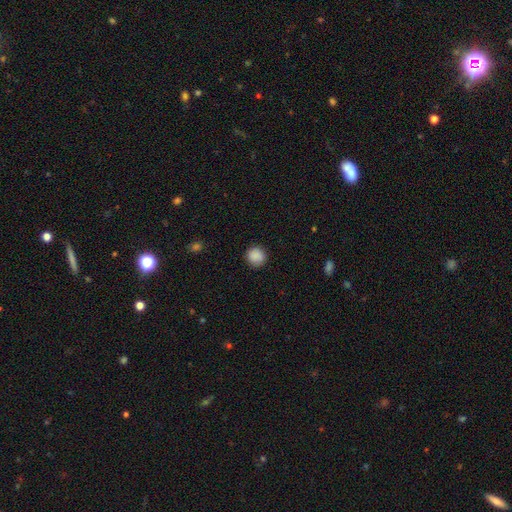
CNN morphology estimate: Smooth or featured? smooth (88%)
How rounded? round (93%)
Merging? none (88%)